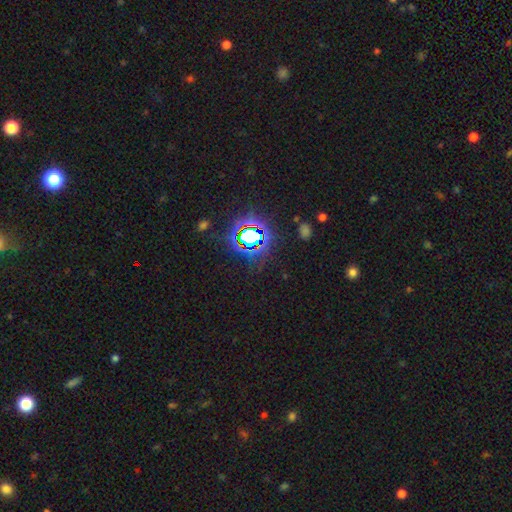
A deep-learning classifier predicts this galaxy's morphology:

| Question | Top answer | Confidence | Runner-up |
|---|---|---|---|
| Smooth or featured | star or artifact | 78% | smooth (14%) |